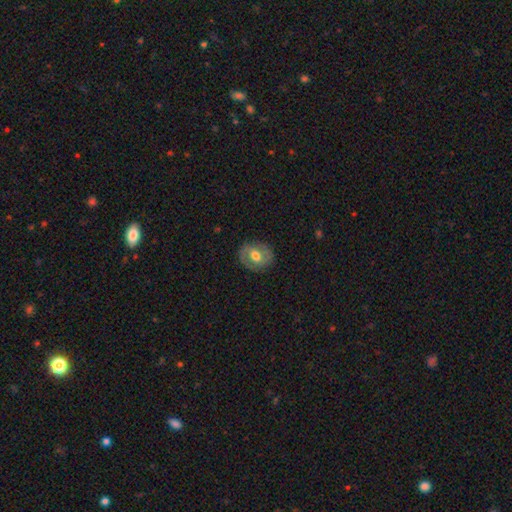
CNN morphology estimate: Smooth or featured?
  - featured or disk: 49% *
  - smooth: 44%
  - star or artifact: 7%
Merging?
  - none: 82% *
  - minor disturbance: 13%
  - major disturbance: 4%
  - merger: 1%